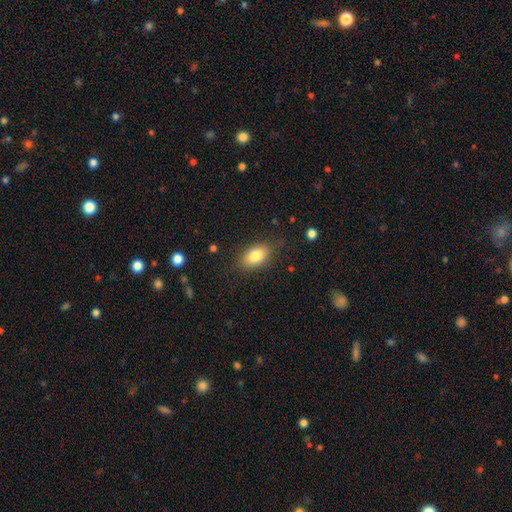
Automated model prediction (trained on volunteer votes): Smooth or featured: smooth — 82% (featured or disk — 10%)
How rounded: in between — 88% (round — 9%)
Merging: none — 80% (minor disturbance — 14%)